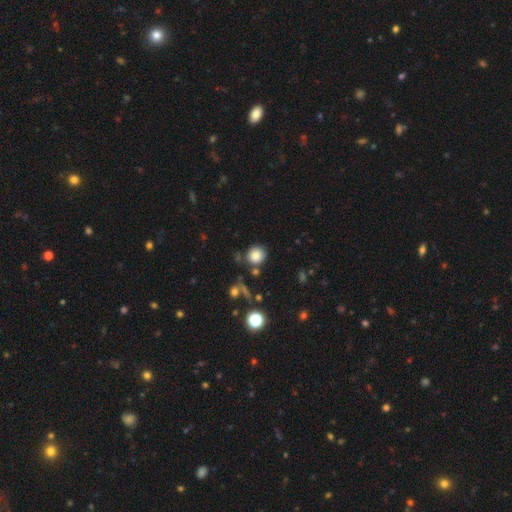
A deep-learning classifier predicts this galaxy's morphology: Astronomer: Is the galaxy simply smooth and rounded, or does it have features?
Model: smooth — 82%.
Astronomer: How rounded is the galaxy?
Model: round — 87%.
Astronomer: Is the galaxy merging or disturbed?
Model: none — 78%.